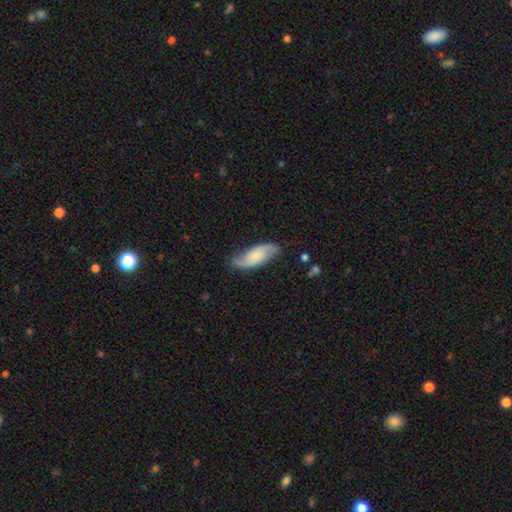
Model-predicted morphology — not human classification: Q: Smooth or featured?
A: featured or disk (58%); runner-up: smooth (35%)
Q: Edge-on disk?
A: no (91%); runner-up: yes (9%)
Q: Bar?
A: no (62%); runner-up: weak (31%)
Q: Spiral arms?
A: yes (93%); runner-up: no (7%)
Q: Bulge size?
A: small (37%); runner-up: none (29%)
Q: Merging?
A: none (74%); runner-up: minor disturbance (19%)